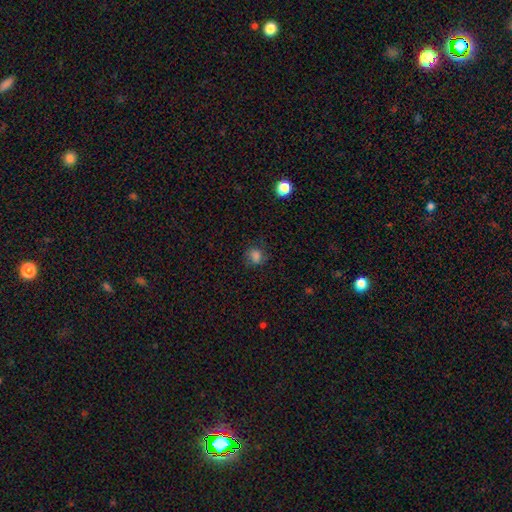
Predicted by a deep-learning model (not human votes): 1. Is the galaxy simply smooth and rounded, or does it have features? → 76% smooth, 15% star or artifact, 9% featured or disk.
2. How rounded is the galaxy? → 65% round, 34% in between, 1% cigar-shaped.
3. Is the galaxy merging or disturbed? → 68% none, 21% minor disturbance, 9% major disturbance, 2% merger.